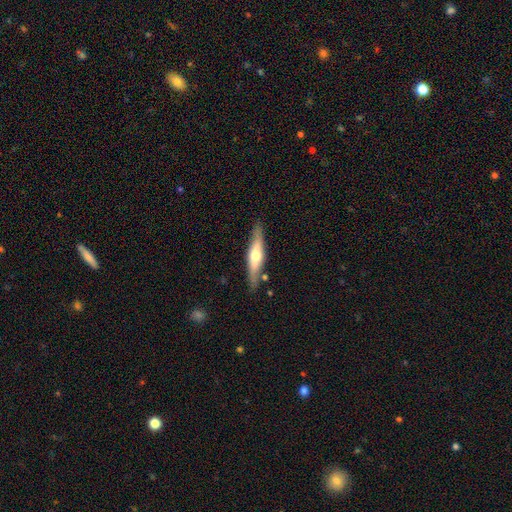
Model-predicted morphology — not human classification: Smooth or featured? Predicted: featured or disk (p=0.56). Edge-on disk? Predicted: yes (p=0.90). Edge-on bulge? Predicted: rounded (p=0.89). Merging? Predicted: none (p=0.83).